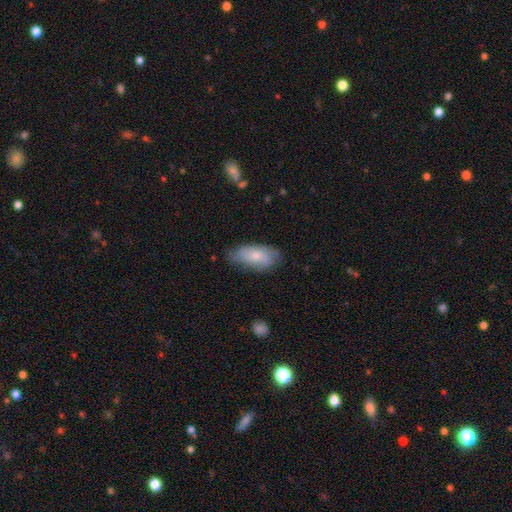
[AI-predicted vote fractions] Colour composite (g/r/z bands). It shows a smooth galaxy with no disk features (68%) that is in between round and cigar-shaped (90%). Merging: none (64%).